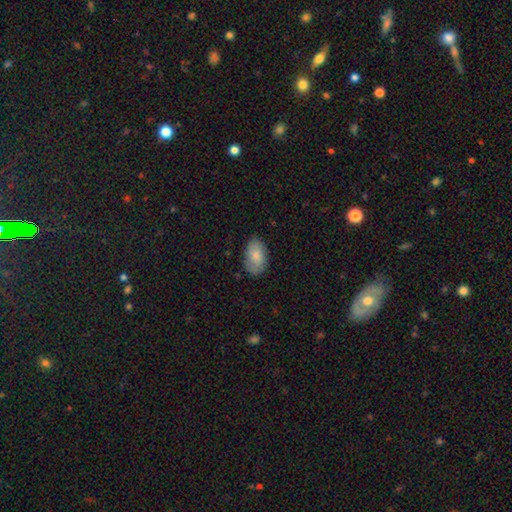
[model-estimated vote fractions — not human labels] smooth 82%, featured or disk 12%, star or artifact 6%. Down the decision tree: how rounded — in between (93%); merging — none (80%).